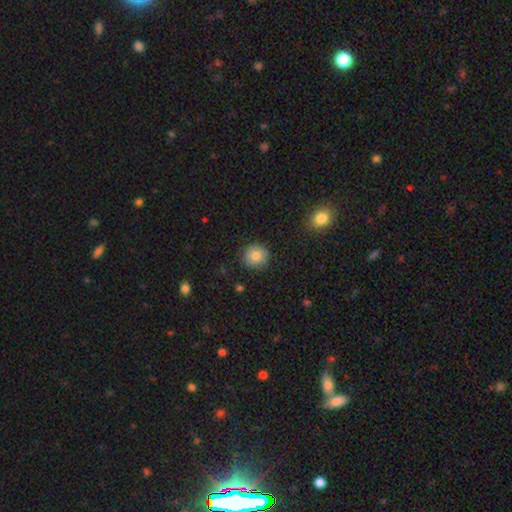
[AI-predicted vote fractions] smooth_or_featured: smooth (p=0.82) [alt: star or artifact p=0.09]
how_rounded: round (p=0.92) [alt: in between p=0.07]
merging: none (p=0.89) [alt: minor disturbance p=0.08]